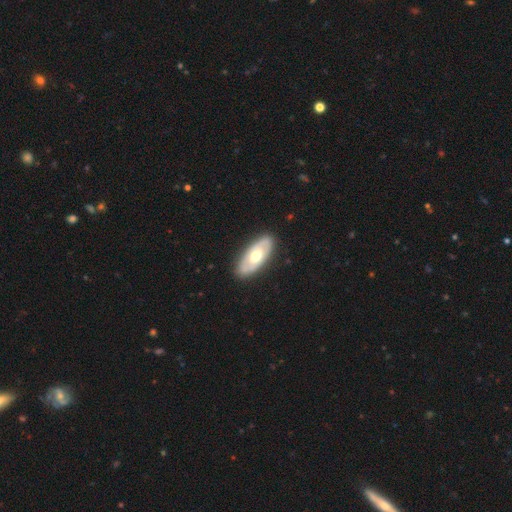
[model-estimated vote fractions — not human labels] Overall: featured or disk (58%; smooth 38%). Edge-on disk: no (83%). Merging: none (86%).